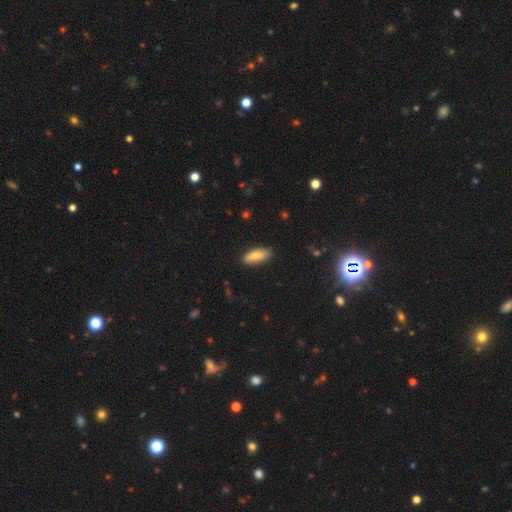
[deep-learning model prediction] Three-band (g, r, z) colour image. It shows a smooth galaxy with no disk features (76%) that is in between round and cigar-shaped (74%). Merging: none (82%).